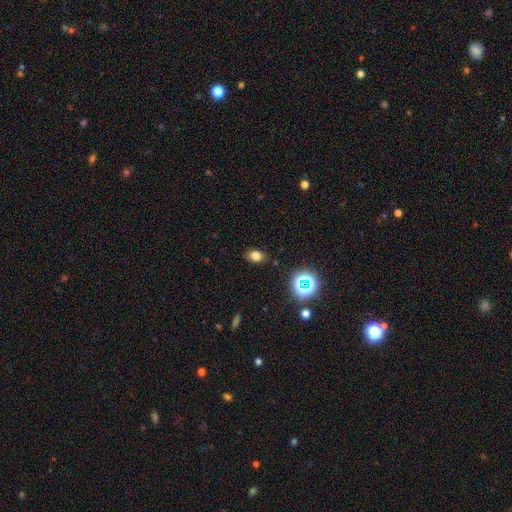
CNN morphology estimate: type=smooth (75%); roundness=in between (76%); merging=none (85%).